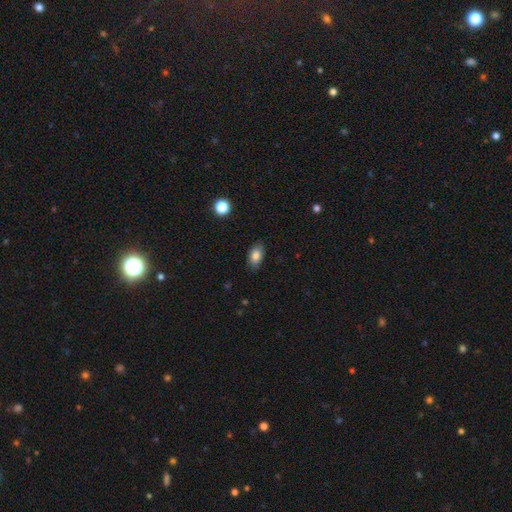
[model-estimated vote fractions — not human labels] Smooth or featured? Predicted: smooth (p=0.84). How rounded? Predicted: in between (p=0.89). Merging? Predicted: none (p=0.84).